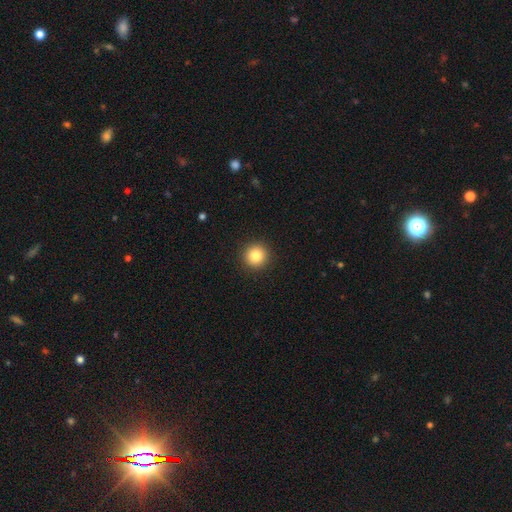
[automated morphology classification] Smooth or featured? smooth (83%)
How rounded? round (95%)
Merging? none (93%)